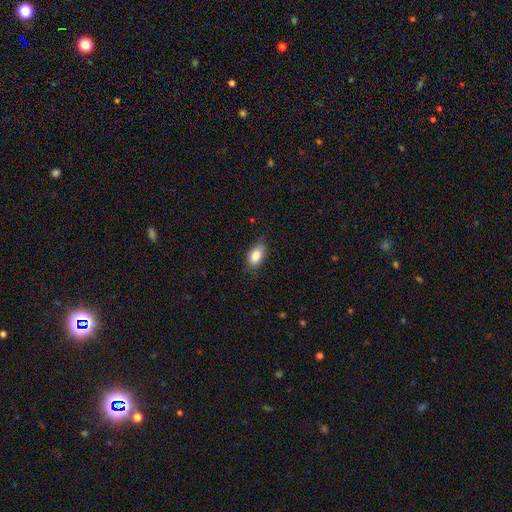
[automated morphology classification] type=smooth (85%); roundness=in between (91%); merging=none (77%).